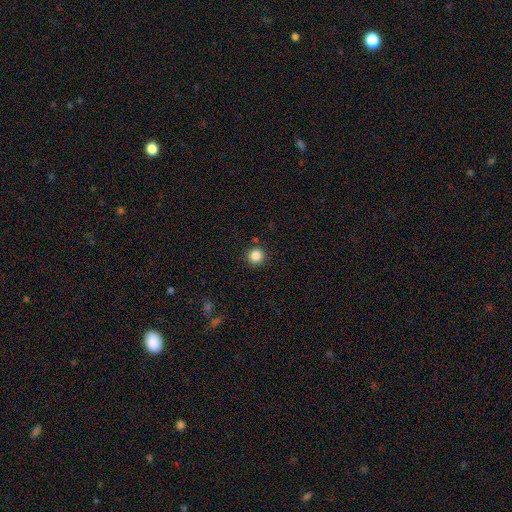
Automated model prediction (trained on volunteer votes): Smooth or featured? Predicted: smooth (p=0.85). How rounded? Predicted: round (p=0.95). Merging? Predicted: none (p=0.91).